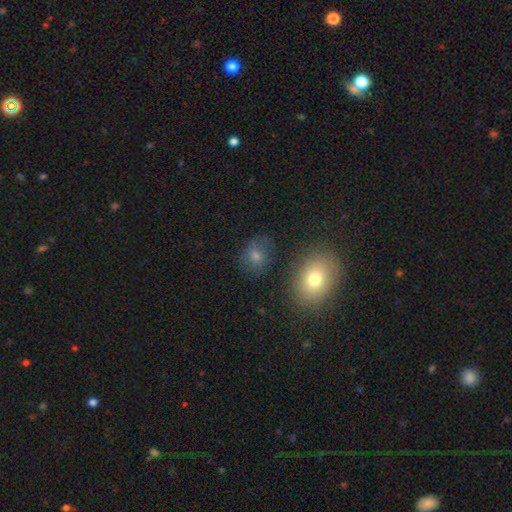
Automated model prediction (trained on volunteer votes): Smooth or featured?
  - smooth: 64% *
  - star or artifact: 21%
  - featured or disk: 15%
How rounded?
  - round: 51% *
  - in between: 47%
  - cigar-shaped: 1%
Merging?
  - none: 75% *
  - minor disturbance: 14%
  - major disturbance: 6%
  - merger: 5%